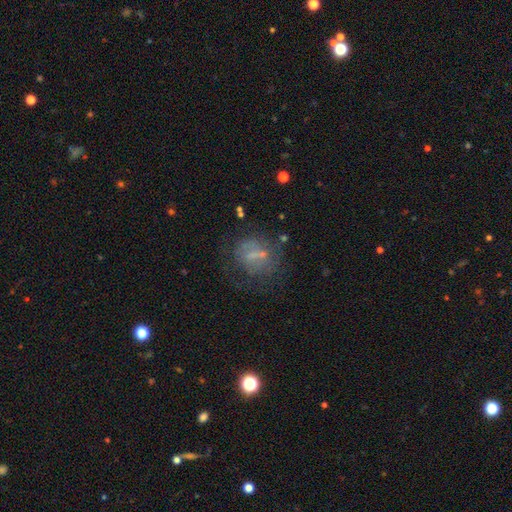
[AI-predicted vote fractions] A featured or disk galaxy (41%).

Vote fractions:
- Smooth or featured? featured or disk: 41% / smooth: 39% / star or artifact: 20%
- Merging? none: 61% / minor disturbance: 18% / major disturbance: 17% / merger: 4%